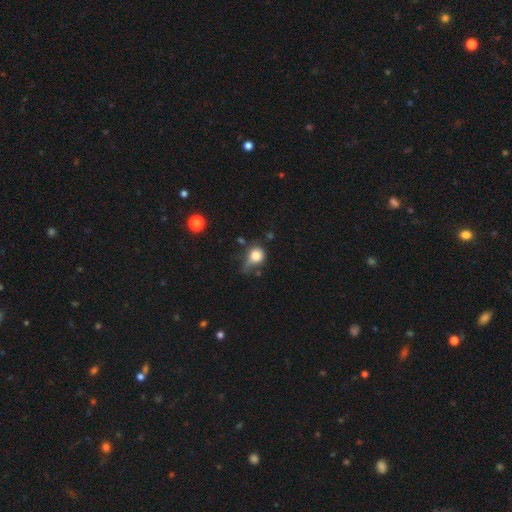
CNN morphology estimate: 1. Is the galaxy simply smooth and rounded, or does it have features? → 76% smooth, 13% featured or disk, 11% star or artifact.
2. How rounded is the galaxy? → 72% round, 26% in between, 2% cigar-shaped.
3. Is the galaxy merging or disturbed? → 35% none, 33% minor disturbance, 23% major disturbance, 9% merger.